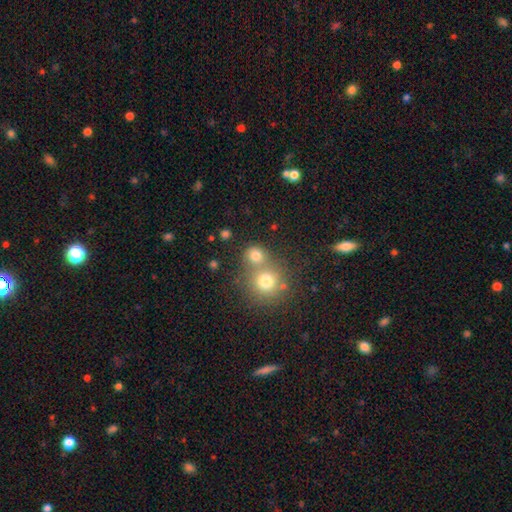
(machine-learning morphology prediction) smooth-or-featured: smooth: 77% | star or artifact: 14% | featured or disk: 9%
  how-rounded: round: 85% | in between: 14% | cigar-shaped: 1%
  merging: none: 49% | merger: 41% | minor disturbance: 7% | major disturbance: 3%